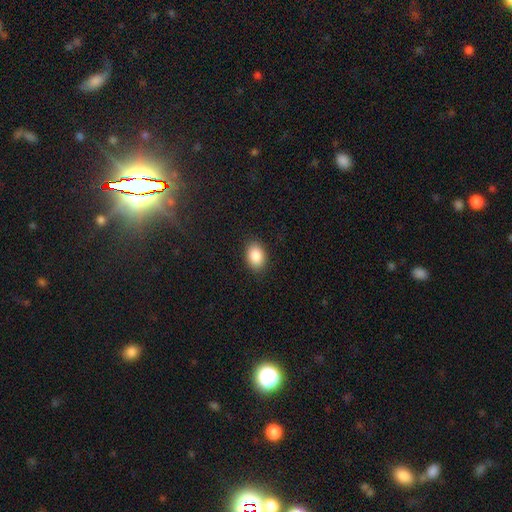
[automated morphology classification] The model was most divided on "how rounded": in between: 80%, round: 19%, cigar-shaped: 1%. More confident: merging — none (88%); smooth or featured — smooth (87%).